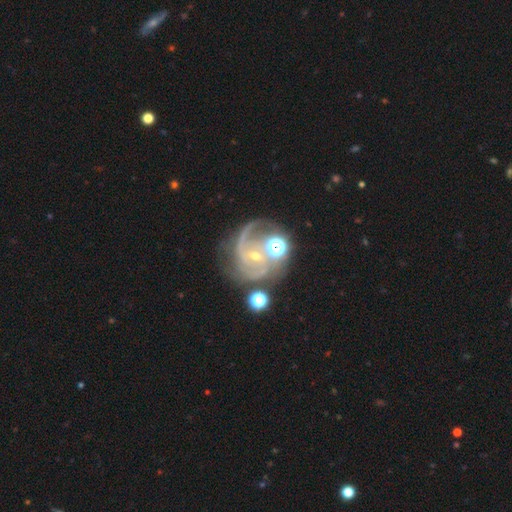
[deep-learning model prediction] The model was most divided on "bar": no: 43%, weak: 40%, strong: 17%. More confident: edge-on disk — no (98%); spiral arms — yes (97%); smooth or featured — featured or disk (83%); bulge size — small (63%); spiral arm count — 2 (57%); spiral winding — medium (52%); merging — none (51%).